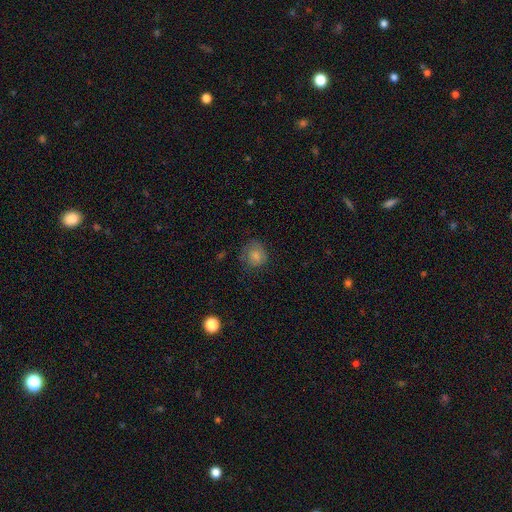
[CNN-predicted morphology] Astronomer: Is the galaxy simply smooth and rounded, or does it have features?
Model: smooth — 77%.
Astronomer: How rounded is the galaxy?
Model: round — 79%.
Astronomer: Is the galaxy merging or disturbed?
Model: none — 64%.